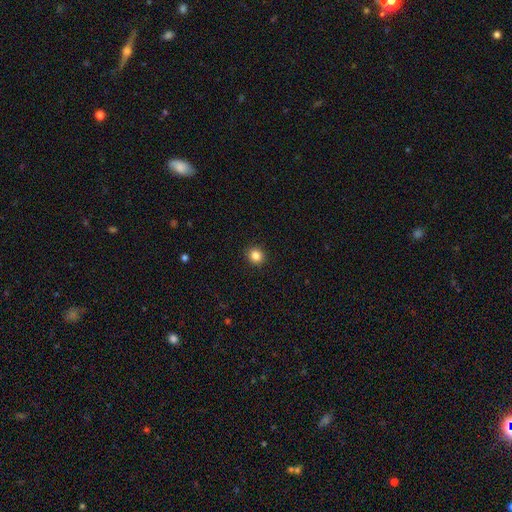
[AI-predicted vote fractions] A smooth galaxy with no disk features (85%) that is round (89%). Merging: none (92%).